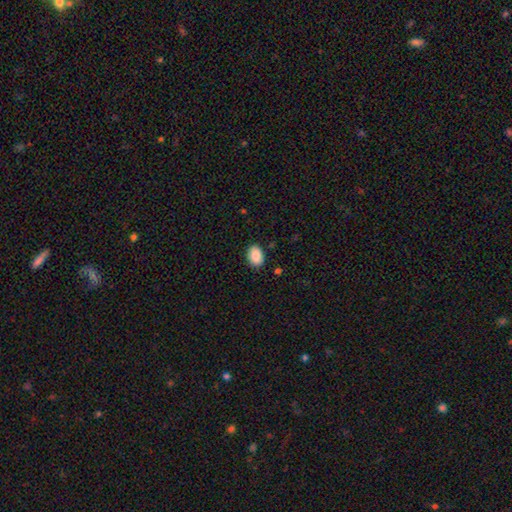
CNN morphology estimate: Q: Smooth or featured?
A: smooth (88%); runner-up: star or artifact (7%)
Q: How rounded?
A: in between (85%); runner-up: round (14%)
Q: Merging?
A: none (87%); runner-up: minor disturbance (10%)